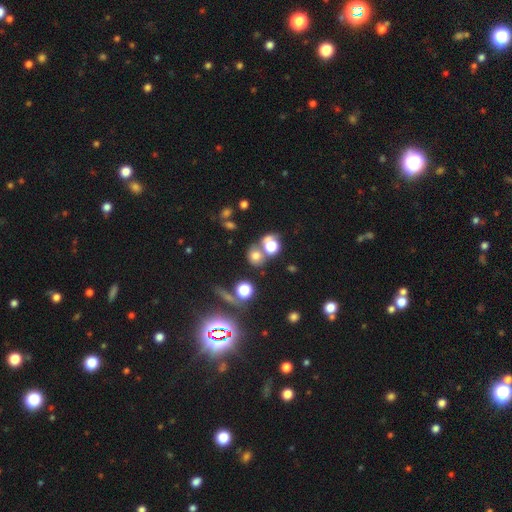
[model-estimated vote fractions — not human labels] A smooth galaxy with no disk features (63%) that is round (78%). Merging: none (55%).